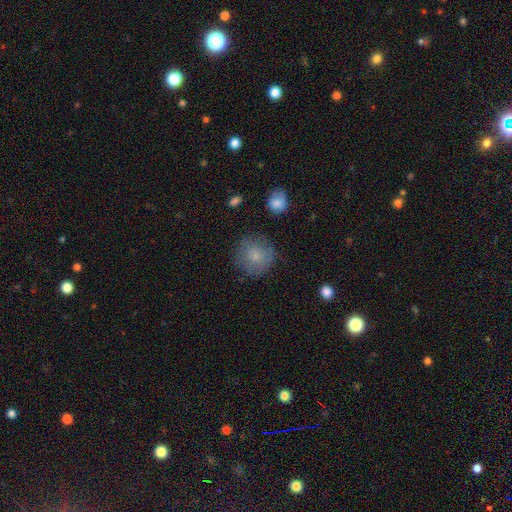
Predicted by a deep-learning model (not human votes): smooth_or_featured: smooth (p=0.78) [alt: featured or disk p=0.15]
how_rounded: round (p=0.93) [alt: in between p=0.06]
merging: none (p=0.78) [alt: minor disturbance p=0.15]